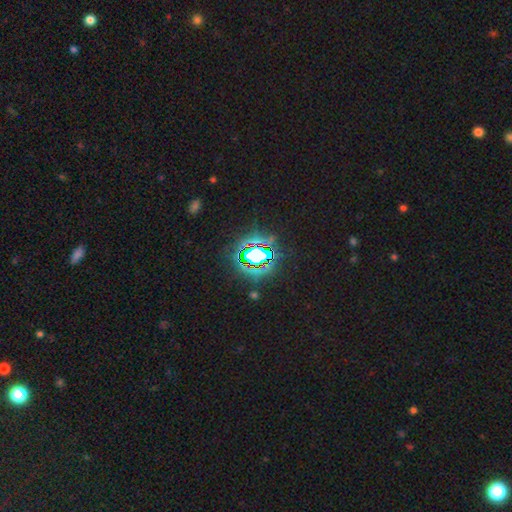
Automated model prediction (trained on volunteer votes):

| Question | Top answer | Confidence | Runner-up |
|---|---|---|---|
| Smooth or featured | star or artifact | 73% | smooth (16%) |